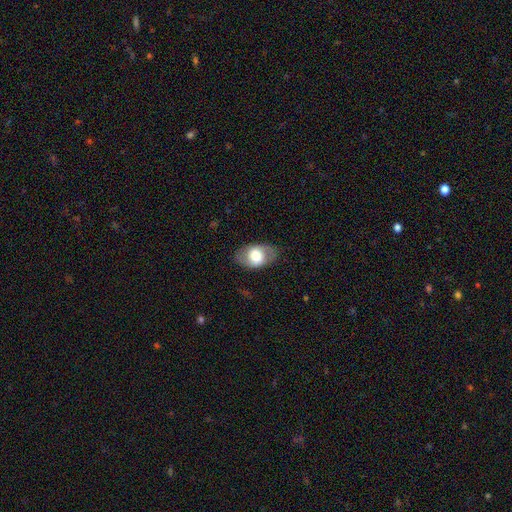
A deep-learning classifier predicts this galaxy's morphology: type=smooth (57%); roundness=in between (86%); merging=none (81%).